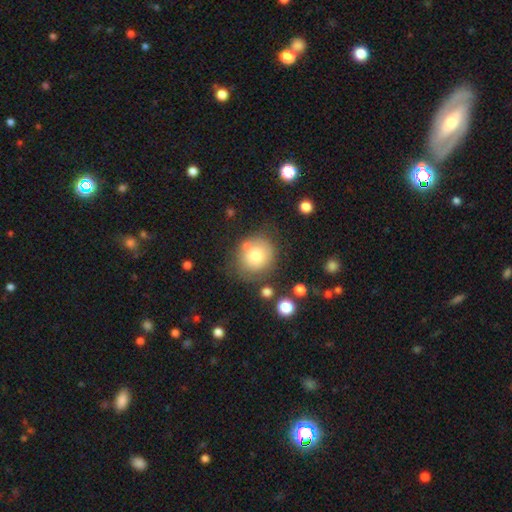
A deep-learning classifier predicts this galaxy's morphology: Smooth or featured: smooth — 72% (featured or disk — 18%)
How rounded: round — 78% (in between — 21%)
Merging: none — 65% (minor disturbance — 17%)